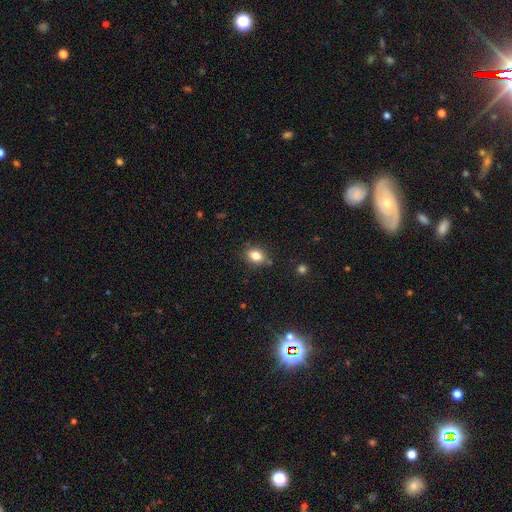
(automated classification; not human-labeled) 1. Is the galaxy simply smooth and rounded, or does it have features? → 82% smooth, 10% star or artifact, 7% featured or disk.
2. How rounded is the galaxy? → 62% in between, 37% round, 1% cigar-shaped.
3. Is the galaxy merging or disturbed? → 80% none, 13% minor disturbance, 4% merger, 3% major disturbance.